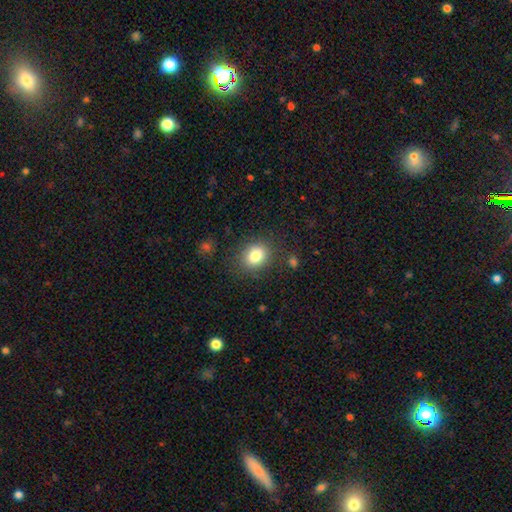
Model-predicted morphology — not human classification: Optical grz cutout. It shows a smooth galaxy with no disk features (82%) that is round (54%). Merging: none (83%).